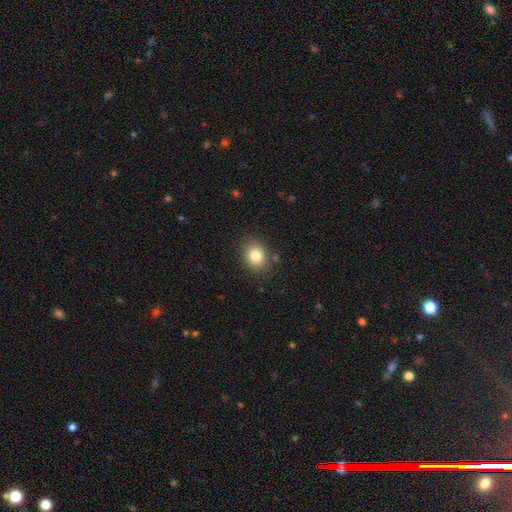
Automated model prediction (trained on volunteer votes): A smooth galaxy with no disk features (82%) that is round (54%). Merging: none (85%).